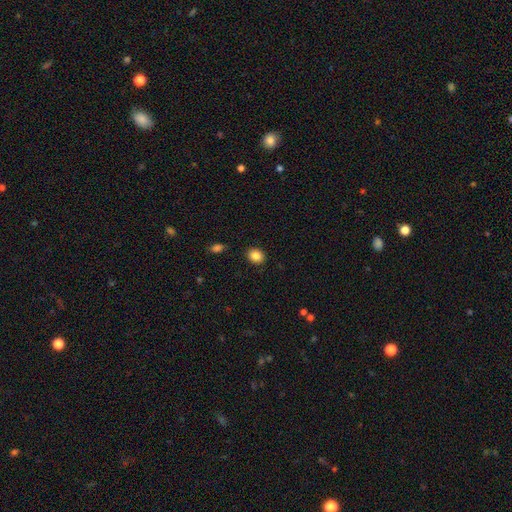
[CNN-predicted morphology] smooth_or_featured: smooth (p=0.86) [alt: star or artifact p=0.09]
how_rounded: round (p=0.56) [alt: in between p=0.44]
merging: none (p=0.89) [alt: minor disturbance p=0.07]